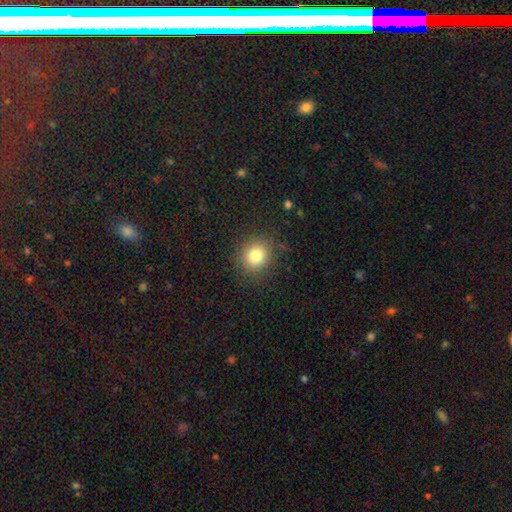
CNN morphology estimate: Smooth or featured? Predicted: smooth (p=0.80). How rounded? Predicted: round (p=0.86). Merging? Predicted: none (p=0.85).